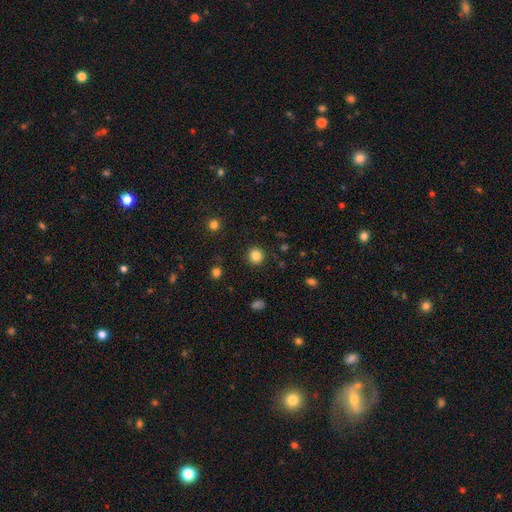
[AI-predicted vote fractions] The model was most divided on "smooth or featured": smooth: 84%, star or artifact: 12%, featured or disk: 5%. More confident: how rounded — round (93%); merging — none (91%).